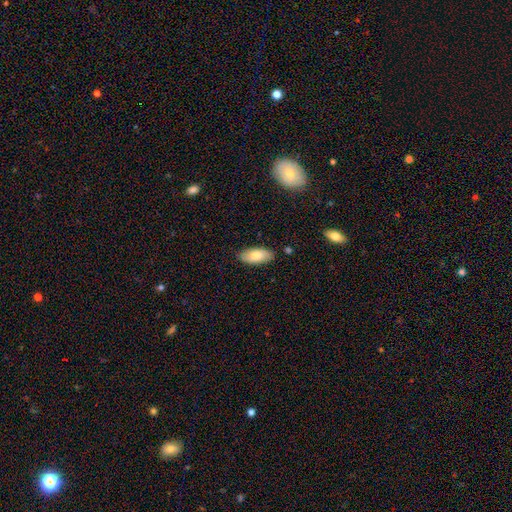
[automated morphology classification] A smooth galaxy with no disk features (77%) that is in between round and cigar-shaped (89%). Merging: none (85%).